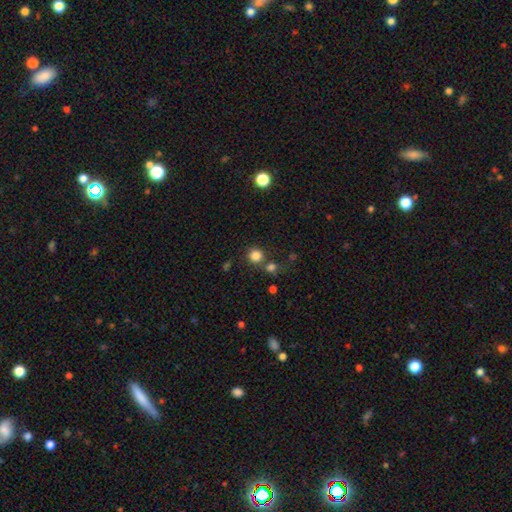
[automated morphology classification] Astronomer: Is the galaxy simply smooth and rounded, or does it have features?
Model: smooth — 82%.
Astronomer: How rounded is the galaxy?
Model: round — 92%.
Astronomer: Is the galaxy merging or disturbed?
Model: none — 71%.